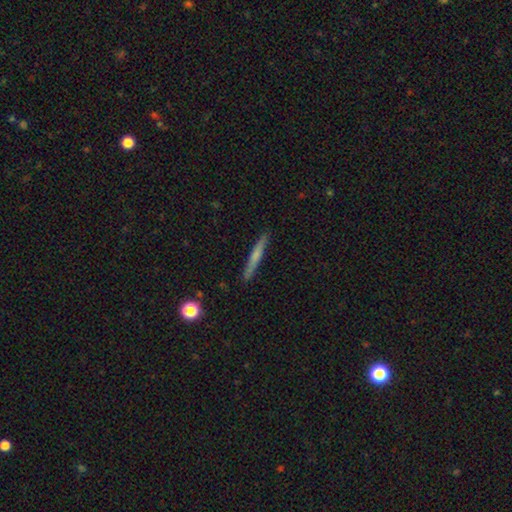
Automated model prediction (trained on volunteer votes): Q: Smooth or featured?
A: smooth (53%); runner-up: featured or disk (41%)
Q: How rounded?
A: cigar-shaped (96%); runner-up: in between (3%)
Q: Merging?
A: none (90%); runner-up: minor disturbance (7%)